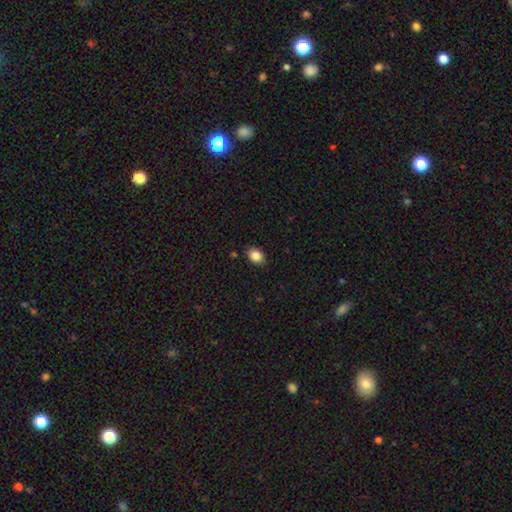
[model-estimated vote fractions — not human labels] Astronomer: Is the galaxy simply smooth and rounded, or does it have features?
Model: smooth — 85%.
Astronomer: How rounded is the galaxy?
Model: in between — 66%.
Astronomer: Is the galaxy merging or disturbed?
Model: none — 85%.